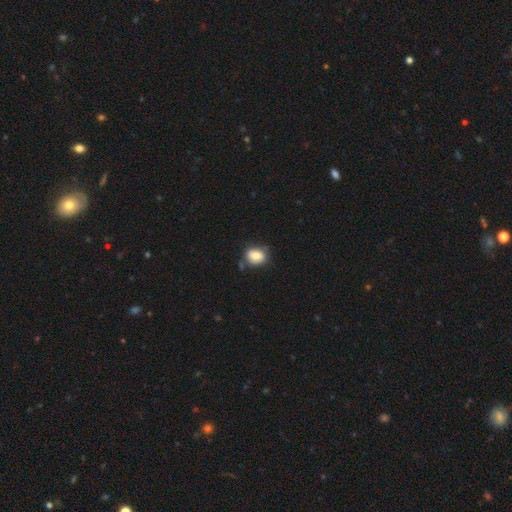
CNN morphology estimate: Smooth or featured: smooth — 79% (featured or disk — 12%)
How rounded: in between — 53% (round — 46%)
Merging: none — 67% (minor disturbance — 21%)